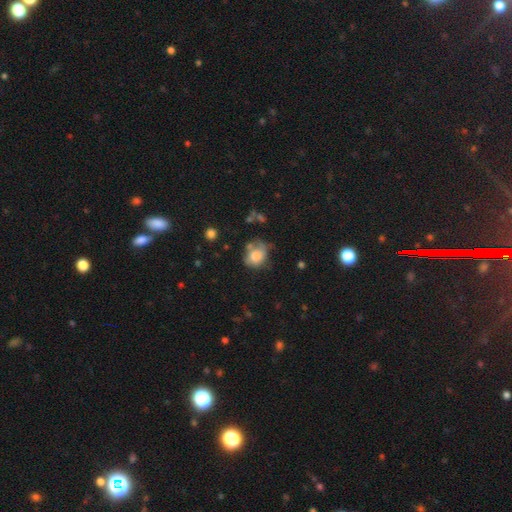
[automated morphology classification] This appears to be a smooth galaxy with no disk features (74%) that is round (56%). Merging: none (40%).